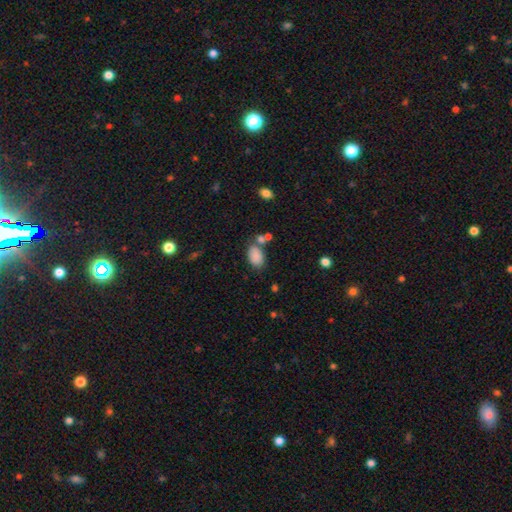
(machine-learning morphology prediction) smooth 85%, star or artifact 9%, featured or disk 6%. Down the decision tree: how rounded — in between (90%); merging — none (61%).